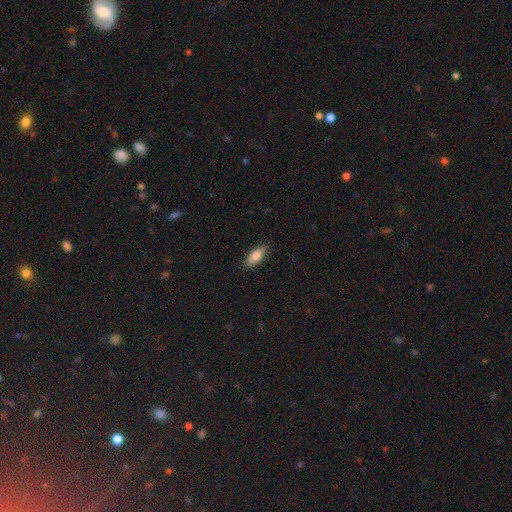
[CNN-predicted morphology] Smooth or featured? Predicted: smooth (p=0.83). How rounded? Predicted: in between (p=0.78). Merging? Predicted: none (p=0.86).